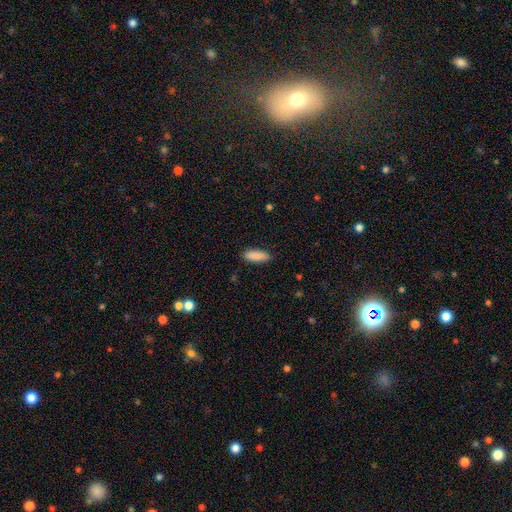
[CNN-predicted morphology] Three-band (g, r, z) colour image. It shows a smooth galaxy with no disk features (89%) that is in between round and cigar-shaped (55%). Merging: none (88%).